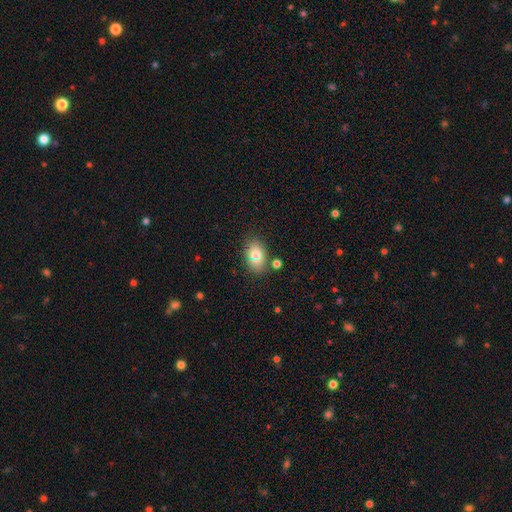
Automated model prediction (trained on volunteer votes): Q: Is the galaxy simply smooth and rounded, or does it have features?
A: smooth — 78%.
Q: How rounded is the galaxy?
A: in between — 83%.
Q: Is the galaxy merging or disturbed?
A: none — 78%.